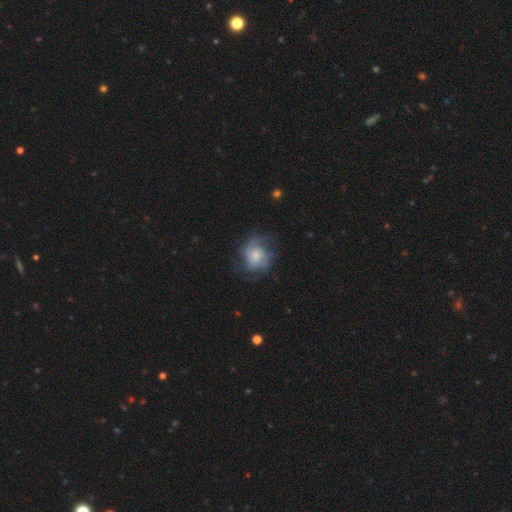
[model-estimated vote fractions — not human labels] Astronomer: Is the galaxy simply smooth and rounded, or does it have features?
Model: featured or disk — 65%.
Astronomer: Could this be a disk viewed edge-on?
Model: no — 98%.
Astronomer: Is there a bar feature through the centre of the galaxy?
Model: no — 68%.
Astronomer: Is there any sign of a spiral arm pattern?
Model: yes — 90%.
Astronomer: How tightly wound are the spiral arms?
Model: medium — 46% (runner-up: tight, 28%).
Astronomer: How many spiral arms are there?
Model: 2 — 45% (runner-up: can't tell, 24%).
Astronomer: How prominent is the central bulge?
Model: small — 50% (runner-up: moderate, 37%).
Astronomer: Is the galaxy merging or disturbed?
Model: none — 59%.